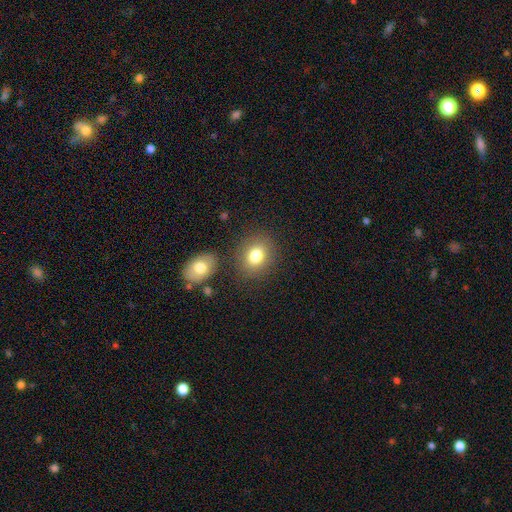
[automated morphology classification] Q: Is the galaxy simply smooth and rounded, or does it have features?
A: smooth — 78%.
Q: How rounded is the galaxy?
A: round — 55%.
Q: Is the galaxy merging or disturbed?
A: none — 78%.